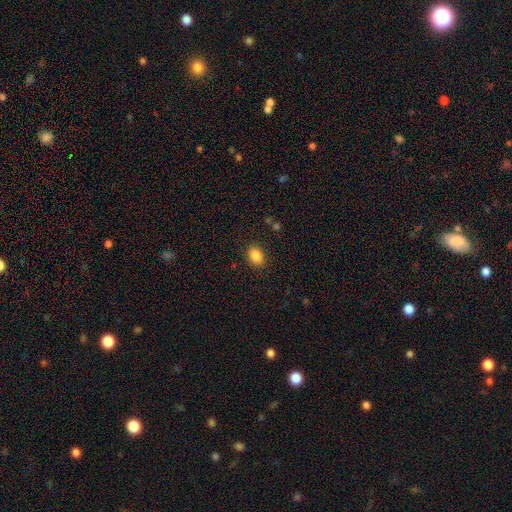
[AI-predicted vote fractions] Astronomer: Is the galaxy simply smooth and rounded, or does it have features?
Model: smooth — 86%.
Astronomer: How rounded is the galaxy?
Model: in between — 69%.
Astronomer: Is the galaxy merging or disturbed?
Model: none — 88%.